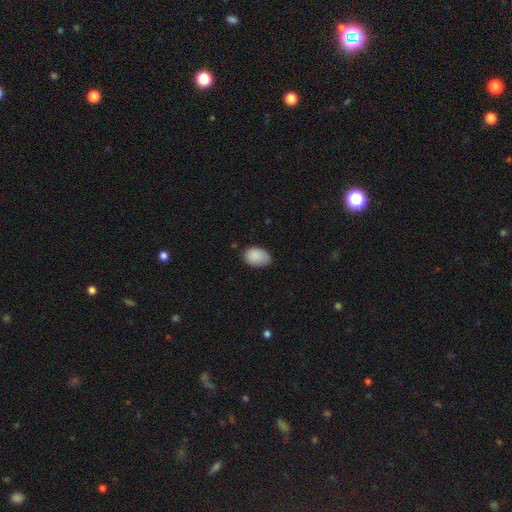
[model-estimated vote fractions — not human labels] Smooth or featured? Predicted: smooth (p=0.89). How rounded? Predicted: in between (p=0.83). Merging? Predicted: none (p=0.69).